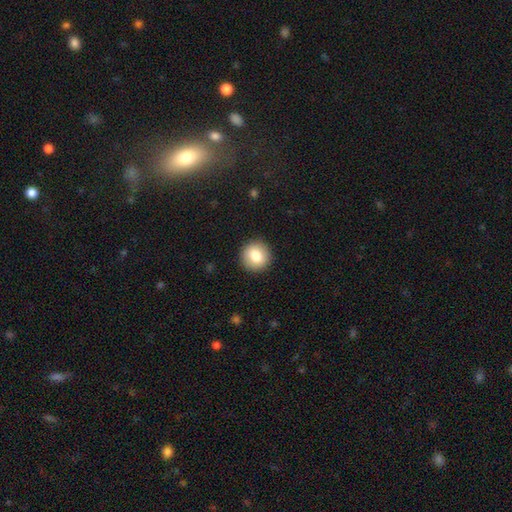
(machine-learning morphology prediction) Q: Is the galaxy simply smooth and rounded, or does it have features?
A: smooth — 82%.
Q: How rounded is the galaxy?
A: round — 92%.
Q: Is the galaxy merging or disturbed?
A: none — 92%.